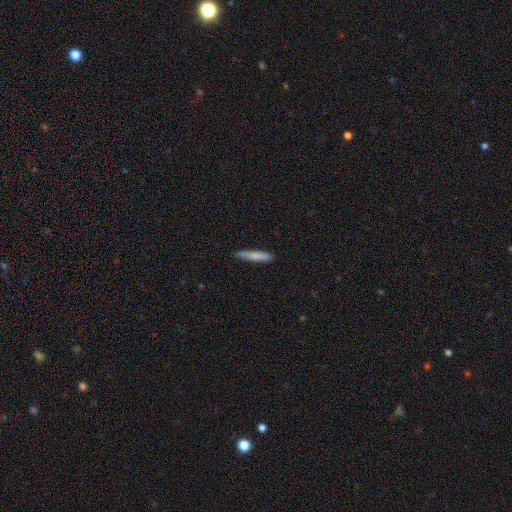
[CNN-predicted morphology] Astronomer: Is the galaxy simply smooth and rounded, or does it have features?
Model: smooth — 77%.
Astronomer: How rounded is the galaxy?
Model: cigar-shaped — 93%.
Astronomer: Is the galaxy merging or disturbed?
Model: none — 89%.